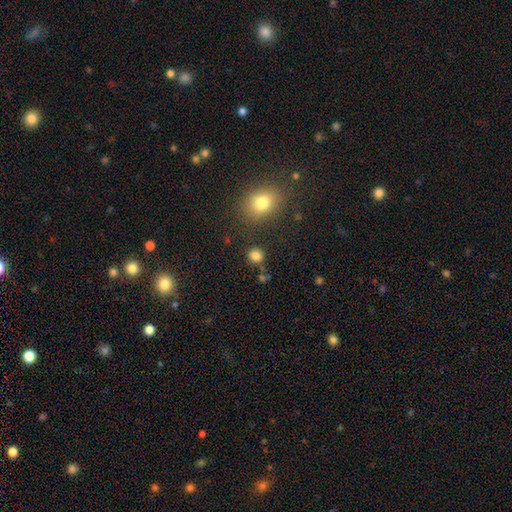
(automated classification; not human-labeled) Morphology: type=smooth (82%); roundness=round (87%); merging=none (83%).